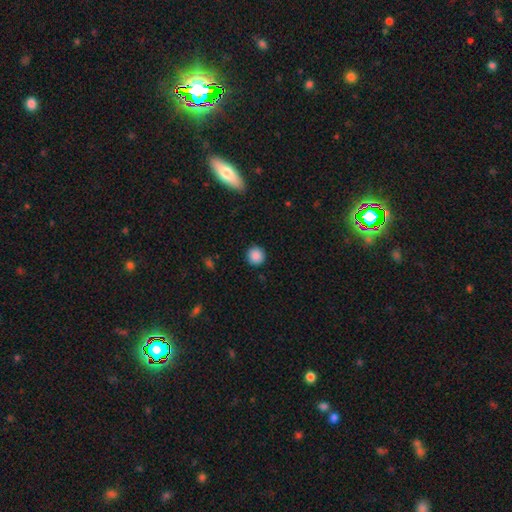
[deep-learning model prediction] This appears to be a smooth galaxy with no disk features (88%) that is round (94%). Merging: none (91%).